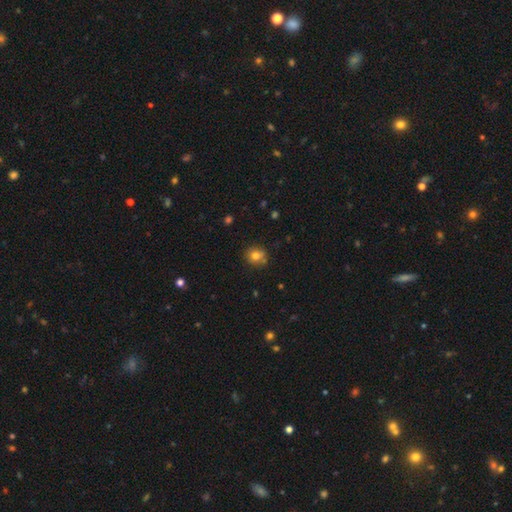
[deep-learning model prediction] smooth 77%, star or artifact 12%, featured or disk 10%. Down the decision tree: how rounded — round (83%); merging — none (72%).